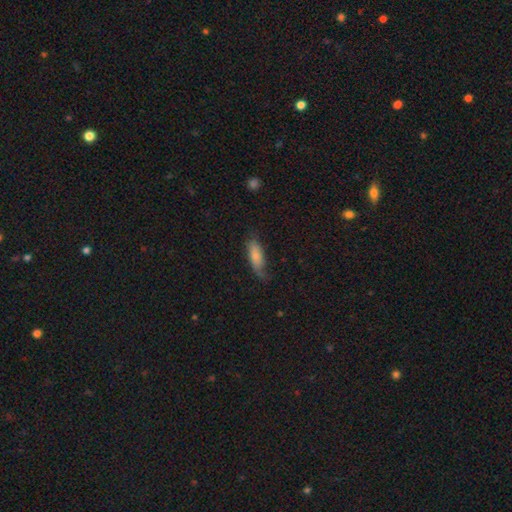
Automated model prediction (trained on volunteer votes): Overall: smooth (75%). How rounded: in between (69%). Merging: none (56%; minor disturbance 31%).